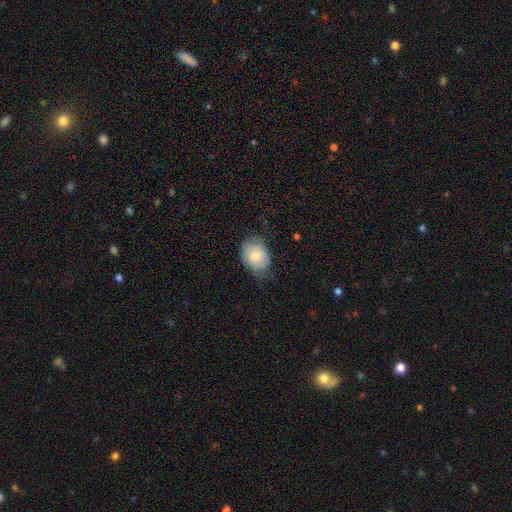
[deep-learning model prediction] Overall: smooth (69%). How rounded: in between (66%; round 33%). Merging: none (61%; minor disturbance 30%).